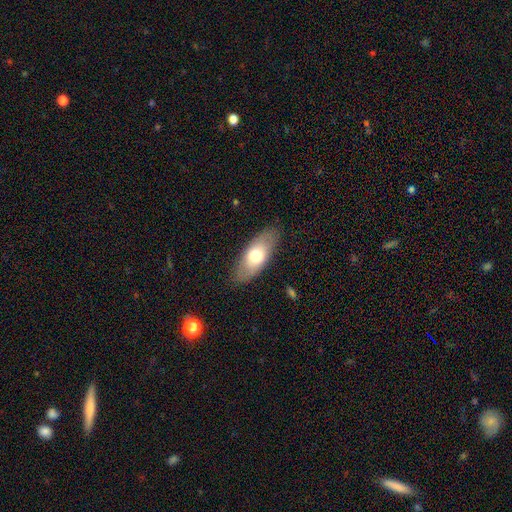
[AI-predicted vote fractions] smooth_or_featured: smooth (p=0.66) [alt: featured or disk p=0.28]
how_rounded: in between (p=0.83) [alt: cigar-shaped p=0.14]
merging: none (p=0.84) [alt: minor disturbance p=0.12]